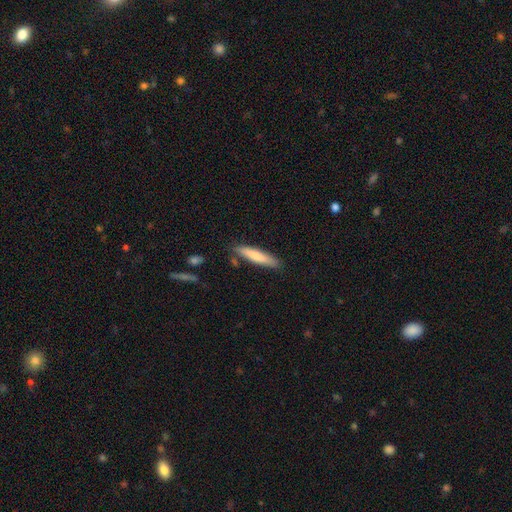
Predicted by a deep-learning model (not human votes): Smooth or featured? smooth (77%)
How rounded? cigar-shaped (85%)
Merging? none (81%)